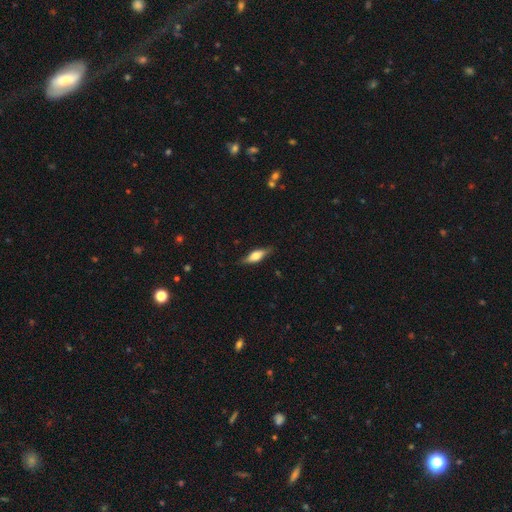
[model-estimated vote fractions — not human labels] Q: Smooth or featured?
A: smooth (49%); runner-up: featured or disk (45%)
Q: Merging?
A: none (81%); runner-up: minor disturbance (15%)